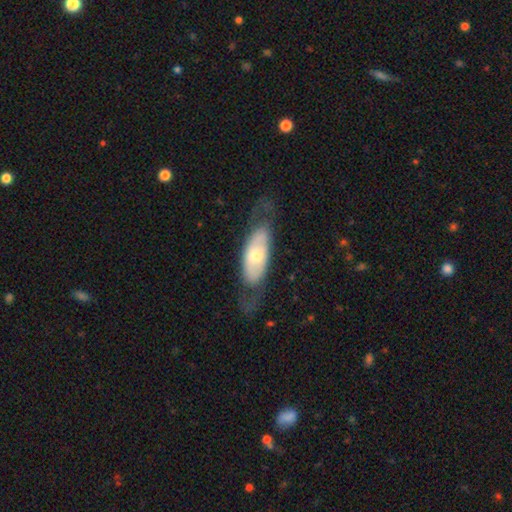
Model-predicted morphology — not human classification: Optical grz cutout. It shows a featured or disk galaxy (54%). Merging: none (59%).